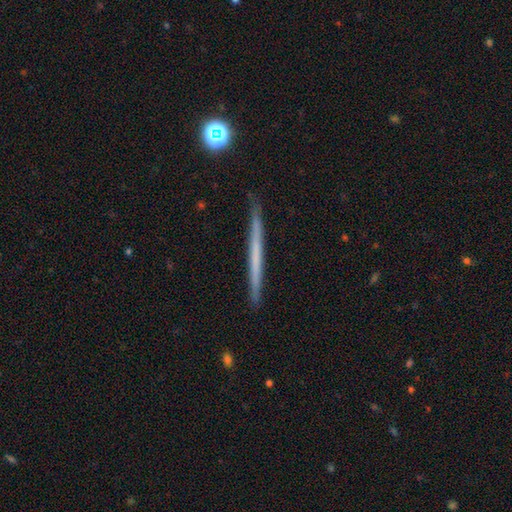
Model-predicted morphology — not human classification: A featured or disk galaxy (50%) viewed edge-on (97%). Merging: none (90%).